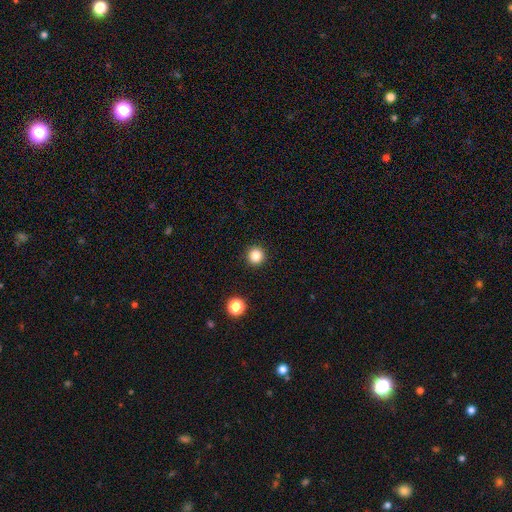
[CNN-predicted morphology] type=smooth (84%); roundness=round (96%); merging=none (93%).